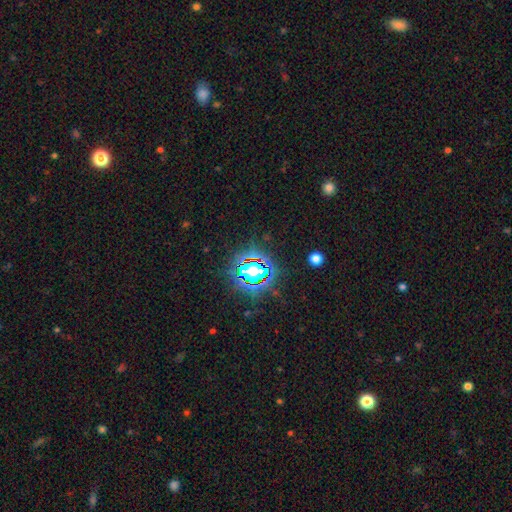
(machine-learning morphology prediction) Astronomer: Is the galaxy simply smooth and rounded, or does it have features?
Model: star or artifact — 81%.